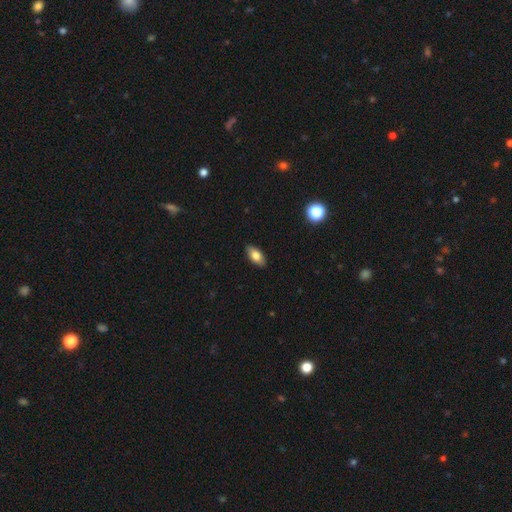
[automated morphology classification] Smooth or featured? Predicted: smooth (p=0.78). How rounded? Predicted: in between (p=0.89). Merging? Predicted: none (p=0.88).